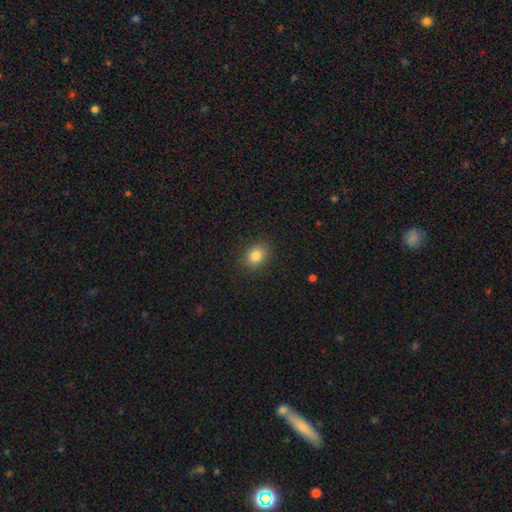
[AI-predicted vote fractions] Overall: smooth (83%). How rounded: in between (53%; round 46%). Merging: none (87%).